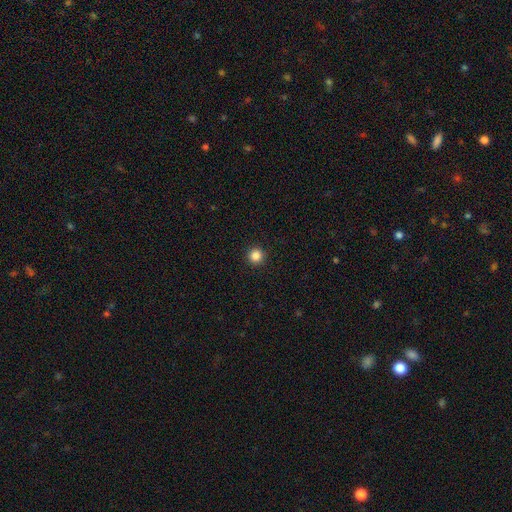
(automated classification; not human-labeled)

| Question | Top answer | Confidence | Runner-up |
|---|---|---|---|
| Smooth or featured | smooth | 85% | star or artifact (11%) |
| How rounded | round | 96% | in between (3%) |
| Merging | none | 94% | minor disturbance (4%) |